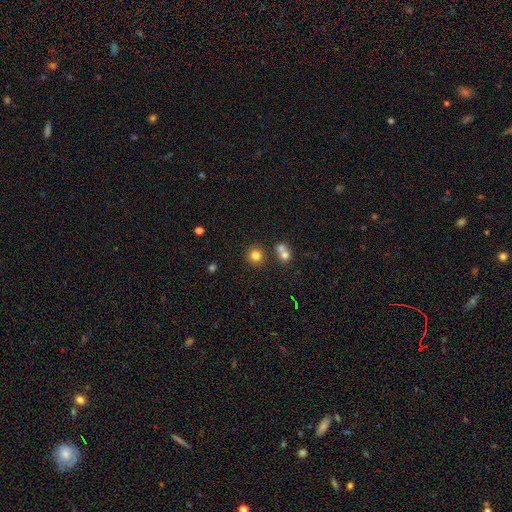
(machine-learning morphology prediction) Smooth or featured? Predicted: smooth (p=0.79). How rounded? Predicted: round (p=0.91). Merging? Predicted: none (p=0.76).